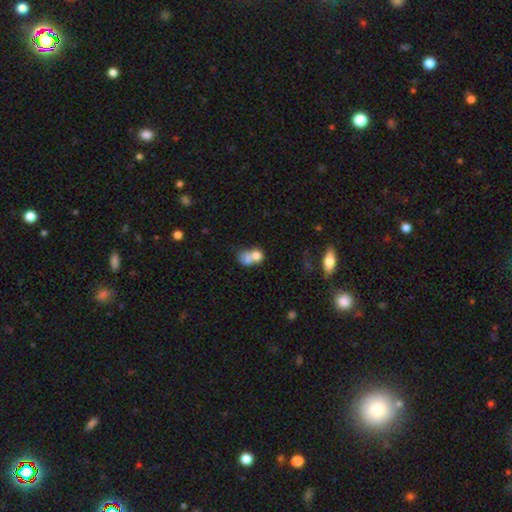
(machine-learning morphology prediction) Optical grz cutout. It shows a smooth galaxy with no disk features (70%) that is in between round and cigar-shaped (53%). Merging: merger (64%).